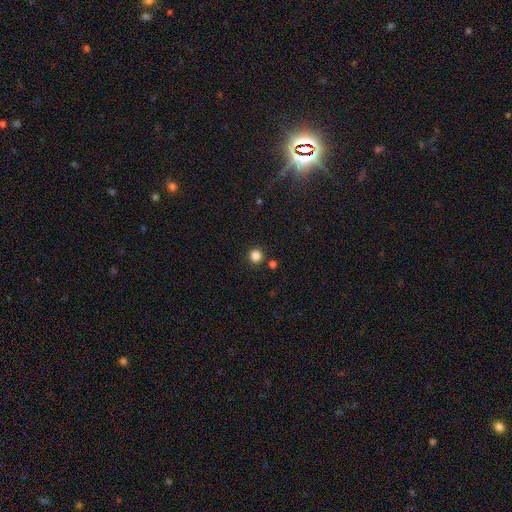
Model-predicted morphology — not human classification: Smooth or featured?
  - smooth: 84% *
  - star or artifact: 13%
  - featured or disk: 3%
How rounded?
  - round: 94% *
  - in between: 5%
  - cigar-shaped: 1%
Merging?
  - none: 89% *
  - minor disturbance: 6%
  - merger: 4%
  - major disturbance: 2%